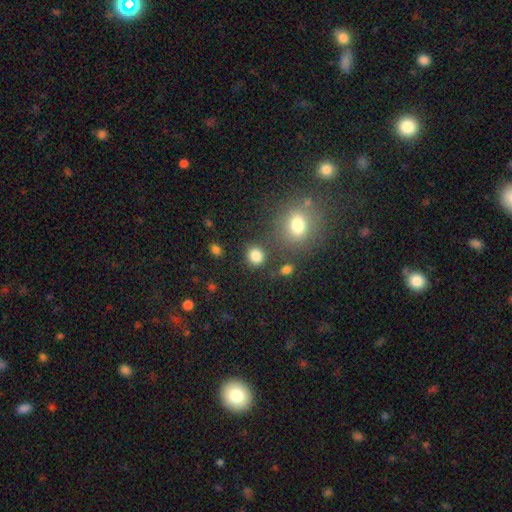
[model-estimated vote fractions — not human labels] The model was most divided on "how rounded": round: 75%, in between: 23%, cigar-shaped: 1%. More confident: smooth or featured — smooth (84%); merging — none (79%).